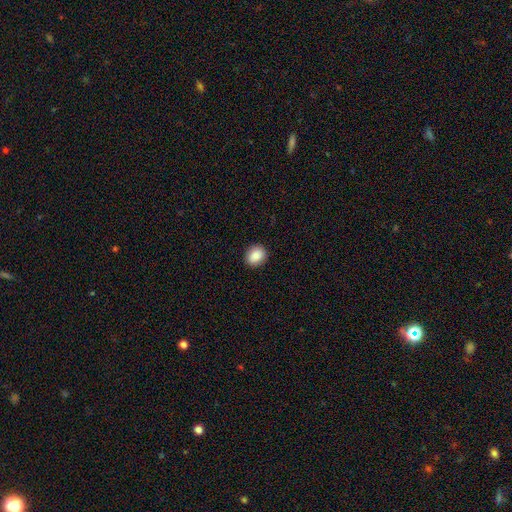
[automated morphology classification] Overall: smooth (86%). How rounded: round (67%; in between 32%). Merging: none (90%).